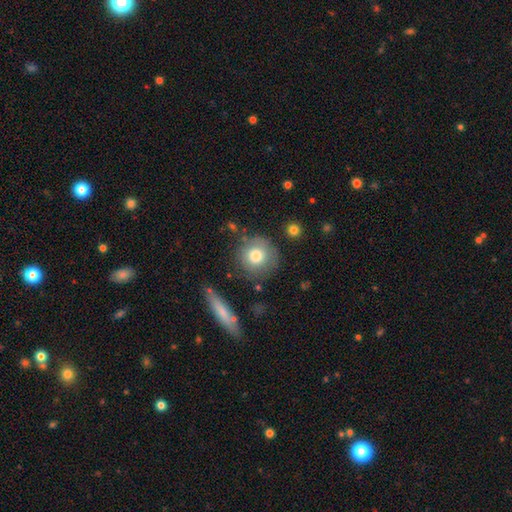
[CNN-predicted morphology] smooth-or-featured: smooth: 76% | featured or disk: 16% | star or artifact: 8%
  how-rounded: round: 92% | in between: 6% | cigar-shaped: 1%
  merging: none: 74% | minor disturbance: 15% | major disturbance: 6% | merger: 5%